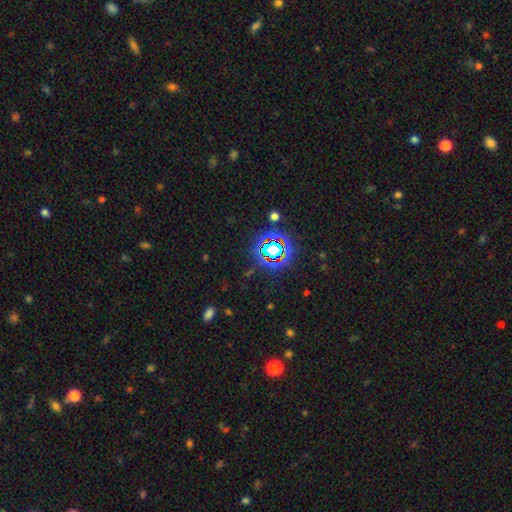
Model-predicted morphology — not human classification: A star or artifact, not a galaxy (63%).

Vote fractions:
- Smooth or featured? star or artifact: 63% / smooth: 26% / featured or disk: 11%